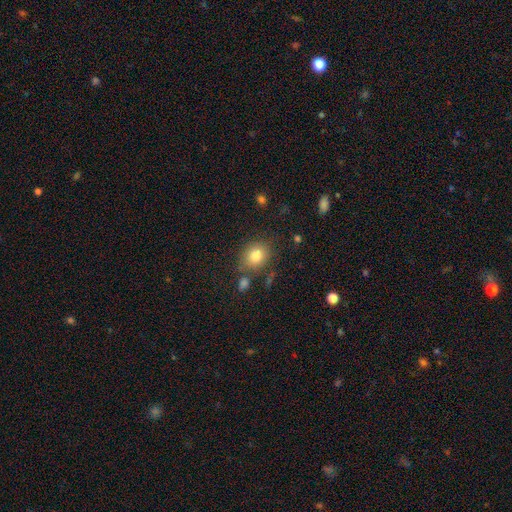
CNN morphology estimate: smooth-or-featured: smooth: 80% | star or artifact: 11% | featured or disk: 9%
  how-rounded: round: 65% | in between: 34% | cigar-shaped: 1%
  merging: none: 75% | minor disturbance: 13% | merger: 8% | major disturbance: 4%